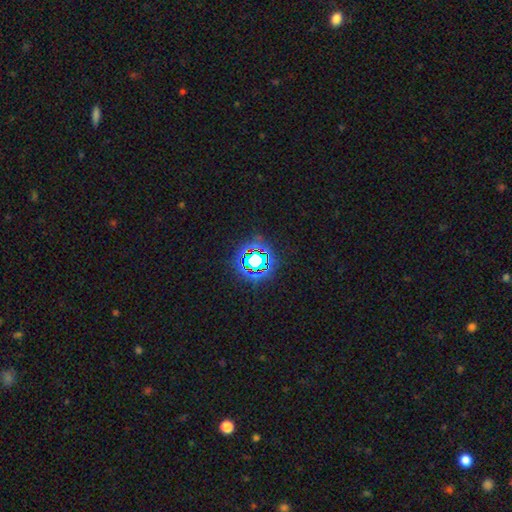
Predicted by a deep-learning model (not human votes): smooth-or-featured: star or artifact: 79% | smooth: 13% | featured or disk: 8%